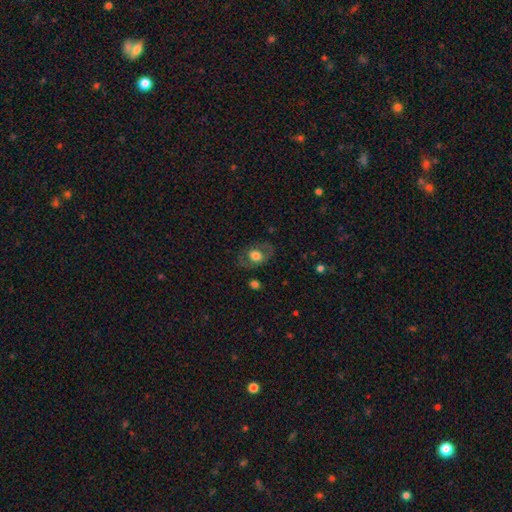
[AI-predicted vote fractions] This is possibly a smooth galaxy (53%). How rounded: likely in between (60%). Merging: likely none (70%).